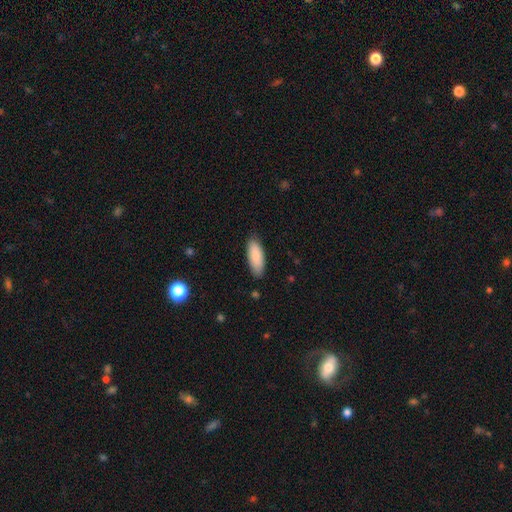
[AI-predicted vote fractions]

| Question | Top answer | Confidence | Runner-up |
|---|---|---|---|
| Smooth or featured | smooth | 86% | featured or disk (8%) |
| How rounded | in between | 75% | cigar-shaped (23%) |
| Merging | none | 85% | minor disturbance (11%) |